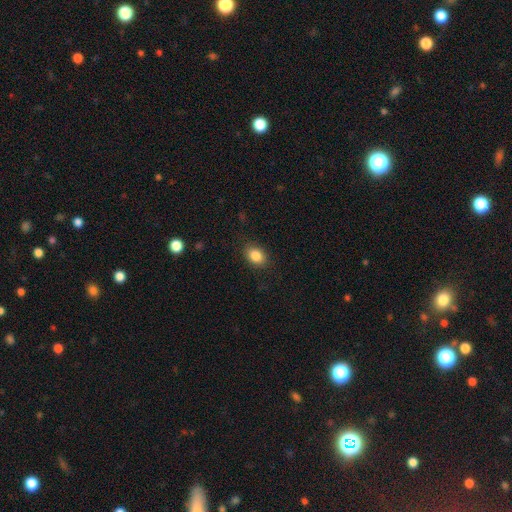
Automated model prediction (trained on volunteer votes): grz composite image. It shows a smooth galaxy with no disk features (85%) that is in between round and cigar-shaped (73%). Merging: none (85%).